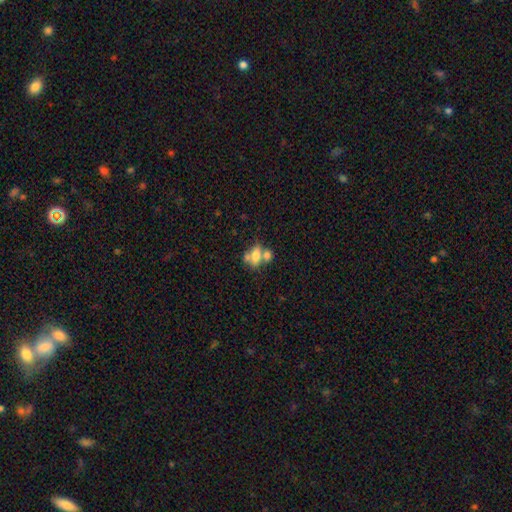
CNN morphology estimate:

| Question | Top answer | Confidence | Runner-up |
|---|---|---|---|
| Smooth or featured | smooth | 60% | featured or disk (30%) |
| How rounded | in between | 73% | round (18%) |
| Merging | merger | 47% | none (34%) |